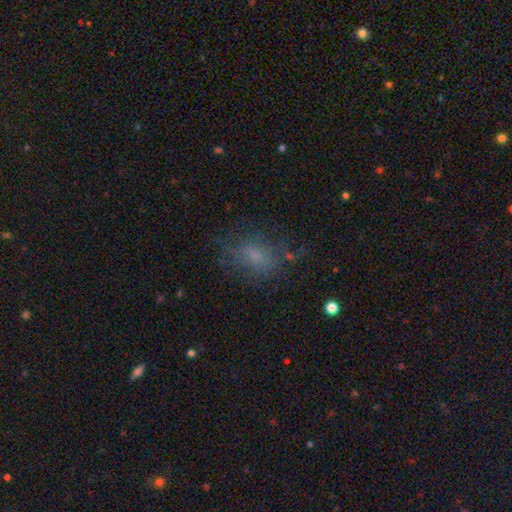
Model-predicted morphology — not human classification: type=smooth (65%); roundness=in between (74%); merging=none (66%).